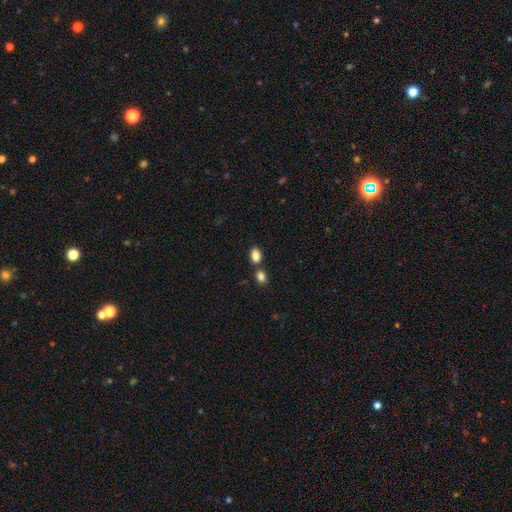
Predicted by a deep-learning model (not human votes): This appears to be a smooth galaxy with no disk features (85%) that is in between round and cigar-shaped (82%). Merging: none (64%).